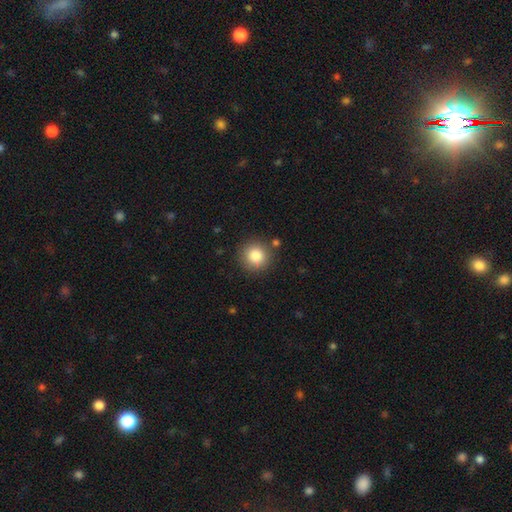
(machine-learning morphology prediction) This is clearly a smooth galaxy (83%). How rounded: clearly round (94%). Merging: clearly none (86%).